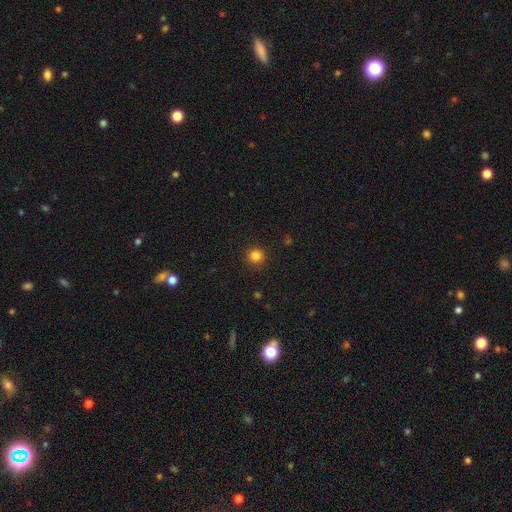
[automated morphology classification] Smooth or featured? smooth (84%)
How rounded? round (94%)
Merging? none (92%)